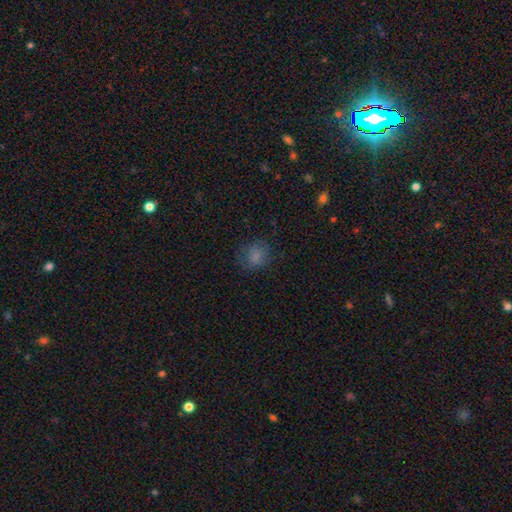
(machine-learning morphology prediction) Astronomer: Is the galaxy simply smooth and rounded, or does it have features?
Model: smooth — 77%.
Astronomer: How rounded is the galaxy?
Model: round — 75%.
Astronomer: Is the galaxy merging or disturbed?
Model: none — 72%.